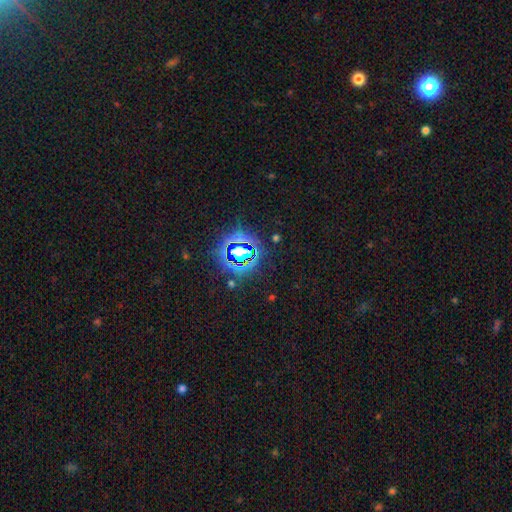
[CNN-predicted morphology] Q: Smooth or featured?
A: star or artifact (81%); runner-up: smooth (13%)